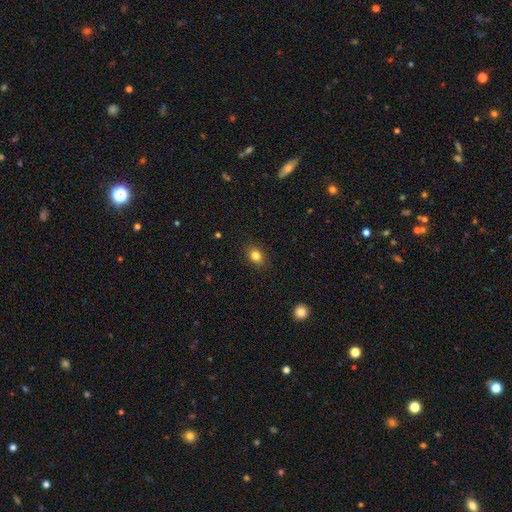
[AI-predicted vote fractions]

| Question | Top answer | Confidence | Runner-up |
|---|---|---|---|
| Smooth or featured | smooth | 83% | star or artifact (11%) |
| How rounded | in between | 54% | round (45%) |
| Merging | none | 87% | minor disturbance (10%) |